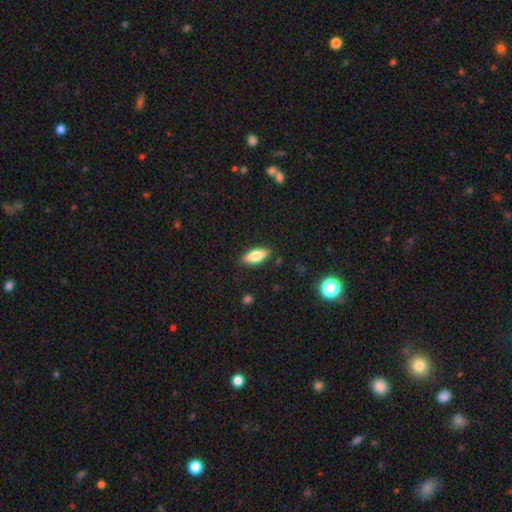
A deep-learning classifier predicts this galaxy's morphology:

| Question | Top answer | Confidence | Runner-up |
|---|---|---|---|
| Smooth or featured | smooth | 71% | featured or disk (21%) |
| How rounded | in between | 75% | cigar-shaped (23%) |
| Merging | none | 86% | minor disturbance (10%) |